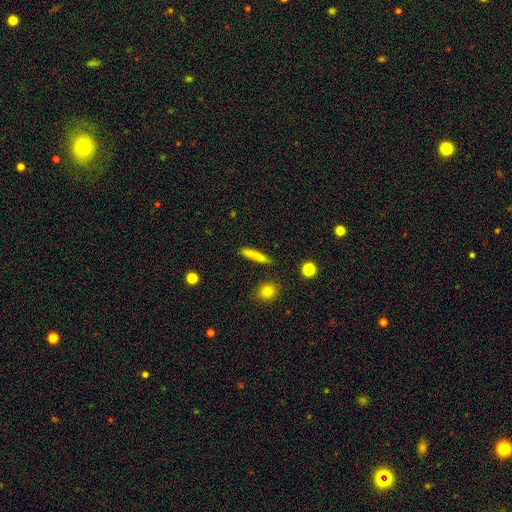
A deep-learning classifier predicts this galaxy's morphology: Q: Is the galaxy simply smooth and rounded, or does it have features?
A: smooth — 79%.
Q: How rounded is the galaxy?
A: cigar-shaped — 91%.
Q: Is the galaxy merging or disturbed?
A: none — 89%.